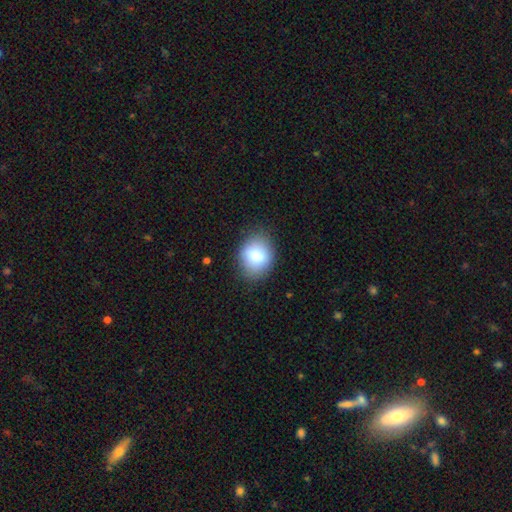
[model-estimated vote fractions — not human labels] Overall: smooth (82%). How rounded: in between (51%; round 48%). Merging: none (81%).